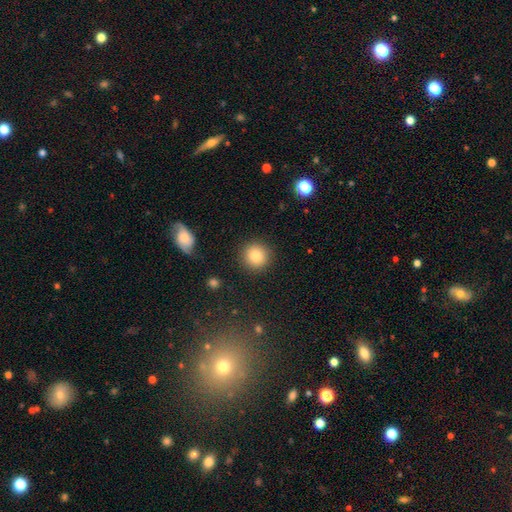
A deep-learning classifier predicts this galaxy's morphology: smooth_or_featured: smooth (p=0.83) [alt: star or artifact p=0.09]
how_rounded: round (p=0.93) [alt: in between p=0.06]
merging: none (p=0.90) [alt: minor disturbance p=0.06]